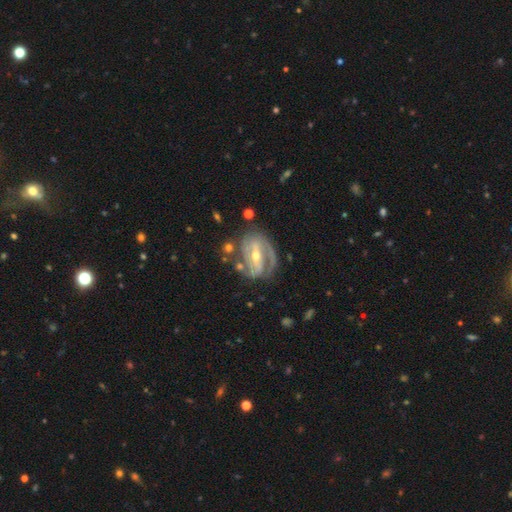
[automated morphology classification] This is clearly a featured or disk galaxy (87%). It is clearly not viewed edge-on (96%). Bar: possibly strong (56%). Spiral arm pattern: clearly yes (93%). Spiral arm count: likely 2 (66%). Spiral winding: possibly tight (47%). Central bulge: possibly moderate (49%). Merging: likely none (64%).